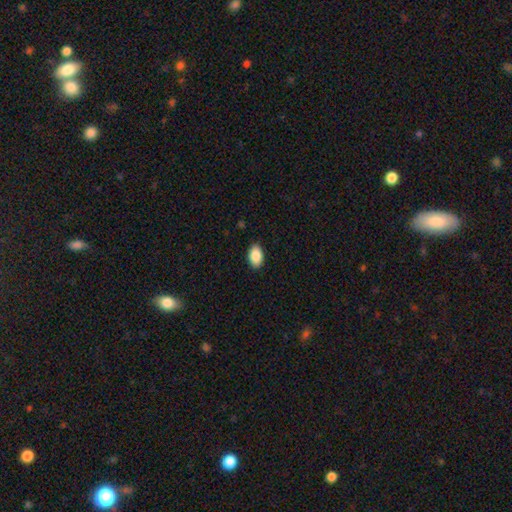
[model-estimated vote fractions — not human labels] smooth-or-featured: smooth: 89% | star or artifact: 7% | featured or disk: 4%
  how-rounded: in between: 92% | round: 7% | cigar-shaped: 1%
  merging: none: 89% | minor disturbance: 8% | major disturbance: 2% | merger: 1%